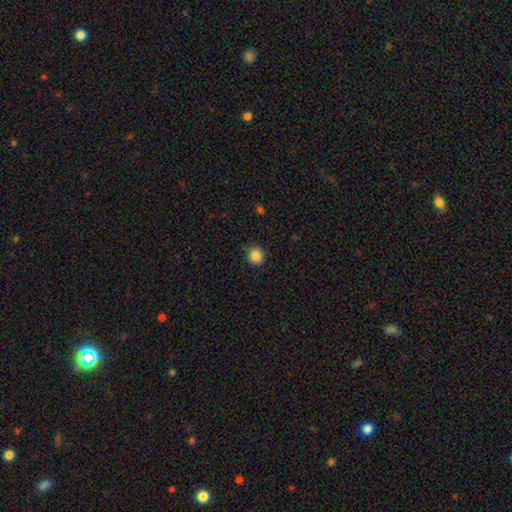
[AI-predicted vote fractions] Smooth or featured? Predicted: smooth (p=0.85). How rounded? Predicted: round (p=0.87). Merging? Predicted: none (p=0.87).